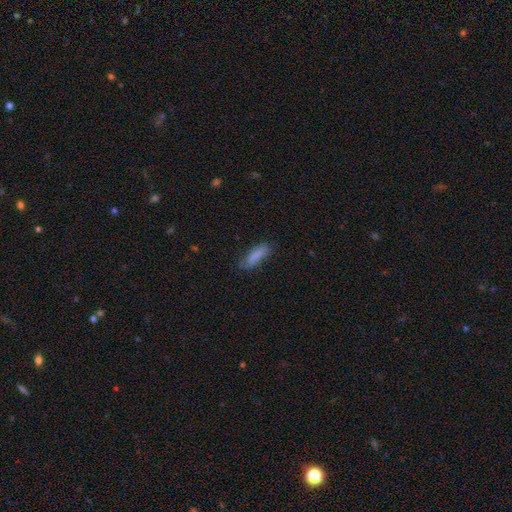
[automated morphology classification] A smooth galaxy with no disk features (84%) that is cigar-shaped (55%). Merging: none (73%).